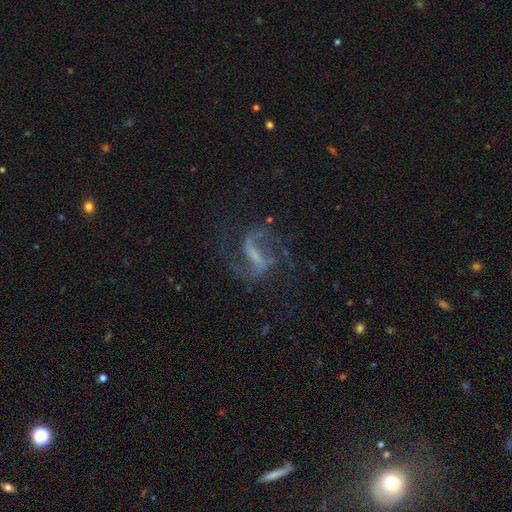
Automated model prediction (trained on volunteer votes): This is clearly a featured or disk galaxy (88%). It is clearly not viewed edge-on (97%). Bar: possibly strong (53%). Spiral arm pattern: clearly yes (97%). Spiral arm count: clearly 2 (92%). Spiral winding: possibly medium (49%). Central bulge: marginally small (43%). Merging: likely none (71%).